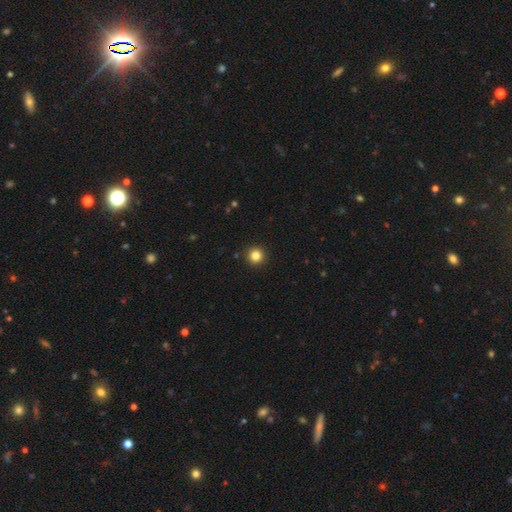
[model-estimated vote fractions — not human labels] Q: Smooth or featured?
A: smooth (83%); runner-up: star or artifact (12%)
Q: How rounded?
A: round (96%); runner-up: in between (3%)
Q: Merging?
A: none (93%); runner-up: minor disturbance (4%)